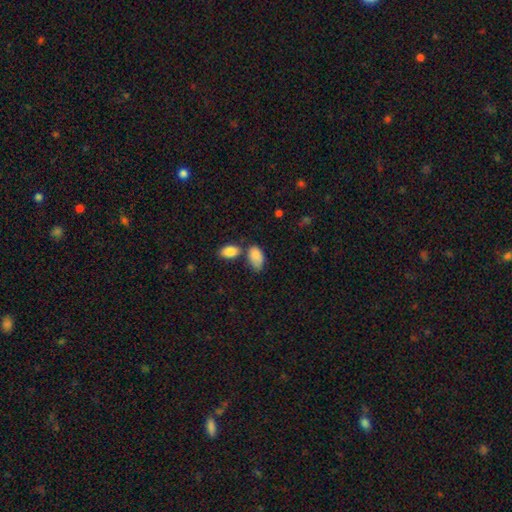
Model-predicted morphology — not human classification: The model was most divided on "merging": none: 41%, minor disturbance: 27%, merger: 22%, major disturbance: 9%. More confident: how rounded — in between (93%); smooth or featured — smooth (86%).